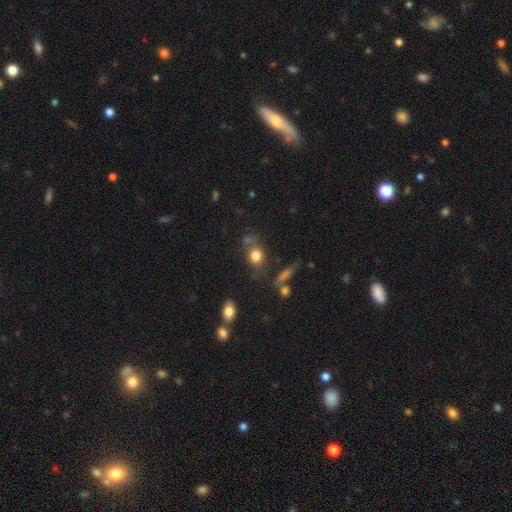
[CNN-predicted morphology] This appears to be a smooth galaxy with no disk features (79%) that is round (58%). Merging: none (61%).